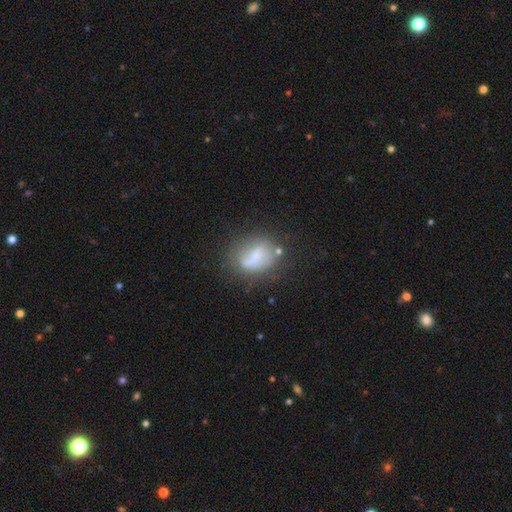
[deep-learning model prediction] Morphology: type=smooth (50%); merging=none (49%).